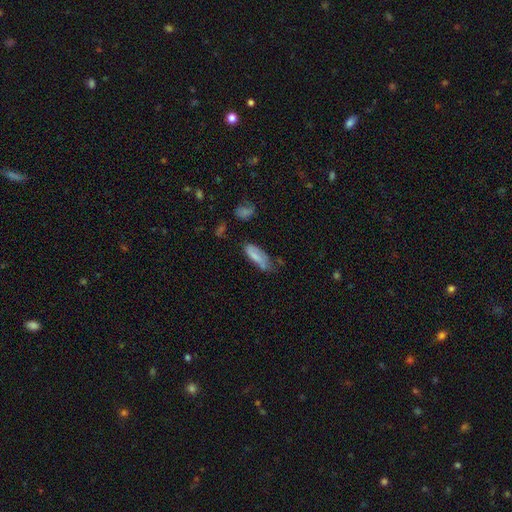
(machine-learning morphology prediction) smooth_or_featured: smooth (p=0.73) [alt: featured or disk p=0.20]
how_rounded: in between (p=0.63) [alt: cigar-shaped p=0.35]
merging: none (p=0.43) [alt: minor disturbance p=0.37]